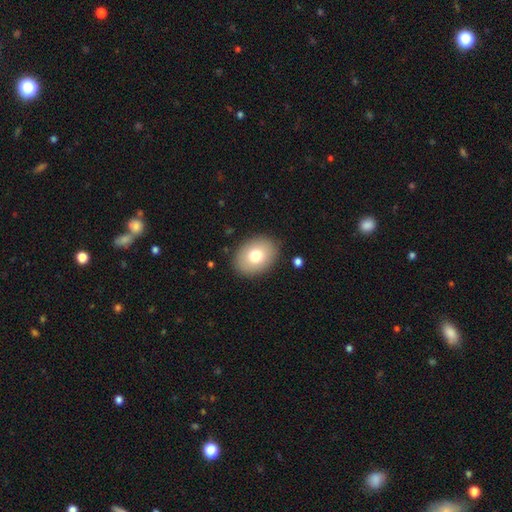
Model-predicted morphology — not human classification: Q: Smooth or featured?
A: smooth (76%); runner-up: featured or disk (16%)
Q: How rounded?
A: in between (70%); runner-up: round (29%)
Q: Merging?
A: none (88%); runner-up: minor disturbance (8%)